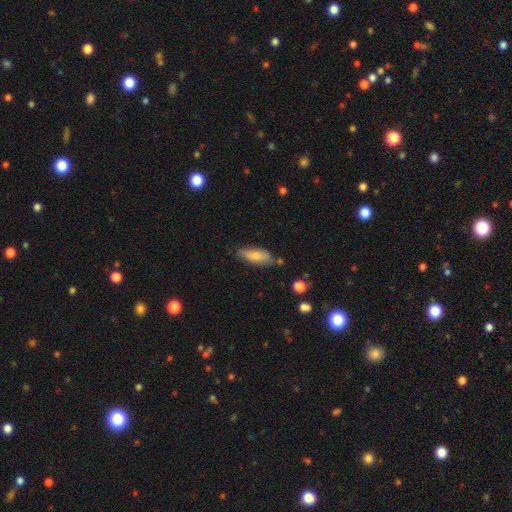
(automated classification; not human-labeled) smooth_or_featured: smooth (p=0.74) [alt: featured or disk p=0.20]
how_rounded: in between (p=0.69) [alt: cigar-shaped p=0.28]
merging: none (p=0.69) [alt: minor disturbance p=0.21]